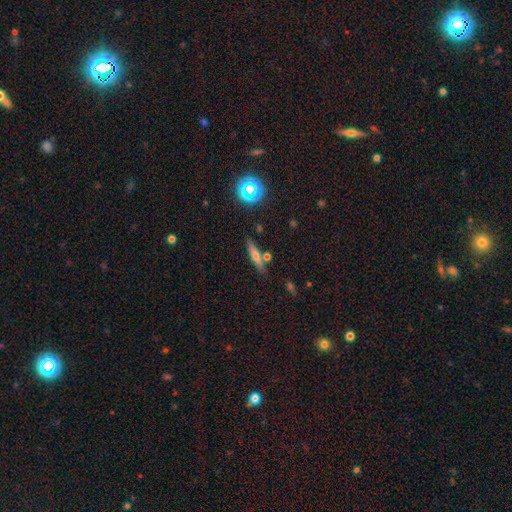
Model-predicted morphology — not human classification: smooth 56%, featured or disk 31%, star or artifact 13%. Down the decision tree: how rounded — cigar-shaped (81%); merging — none (77%).